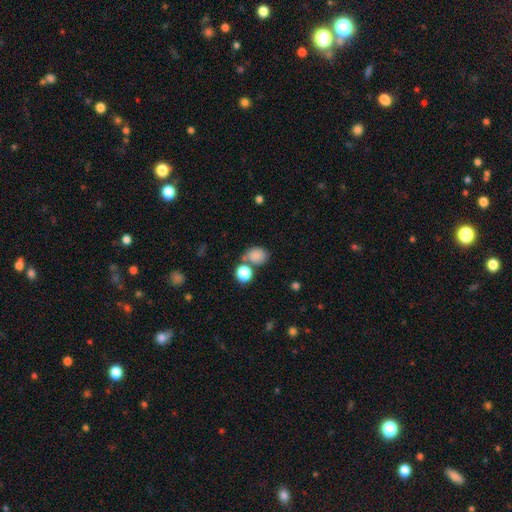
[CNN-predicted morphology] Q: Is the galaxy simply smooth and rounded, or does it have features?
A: smooth — 83%.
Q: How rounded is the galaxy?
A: round — 53%.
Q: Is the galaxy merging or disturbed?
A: none — 60%.